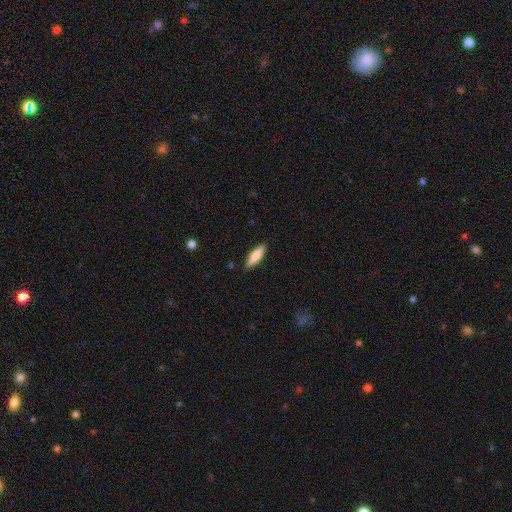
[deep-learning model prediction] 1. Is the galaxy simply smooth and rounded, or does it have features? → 79% smooth, 15% featured or disk, 5% star or artifact.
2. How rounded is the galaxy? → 65% cigar-shaped, 33% in between, 2% round.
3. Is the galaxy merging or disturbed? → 89% none, 8% minor disturbance, 2% major disturbance, 1% merger.